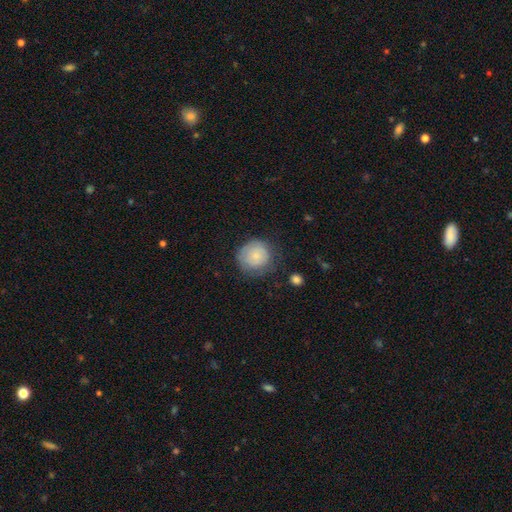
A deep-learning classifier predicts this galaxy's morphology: smooth 71%, featured or disk 21%, star or artifact 8%. Down the decision tree: how rounded — round (90%); merging — none (66%).